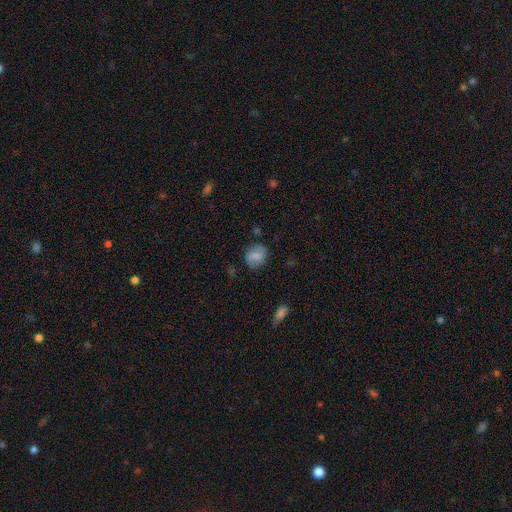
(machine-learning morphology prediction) Smooth or featured: smooth — 67% (featured or disk — 24%)
How rounded: round — 63% (in between — 35%)
Merging: none — 77% (minor disturbance — 16%)